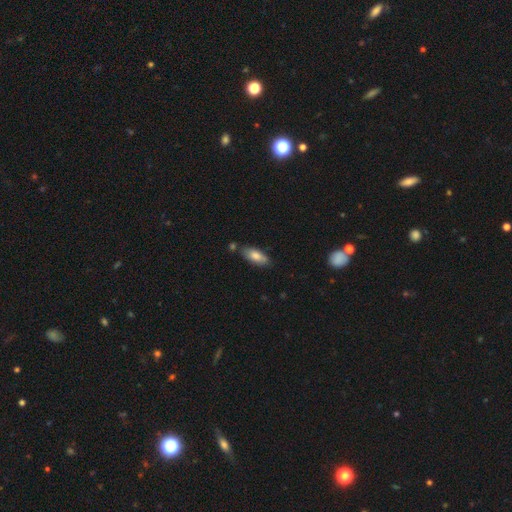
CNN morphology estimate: Smooth or featured? Predicted: smooth (p=0.78). How rounded? Predicted: in between (p=0.80). Merging? Predicted: none (p=0.74).